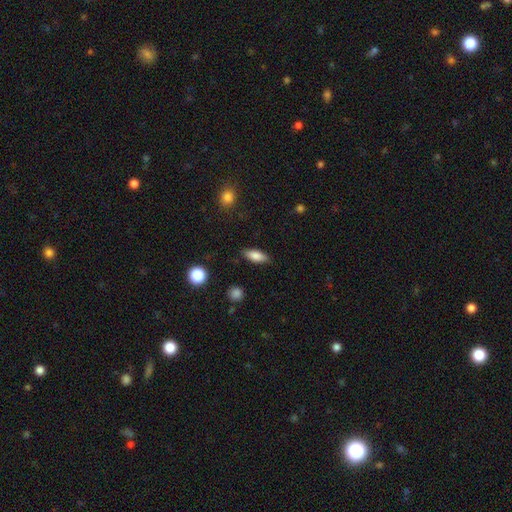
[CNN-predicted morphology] type=smooth (81%); roundness=in between (73%); merging=none (86%).